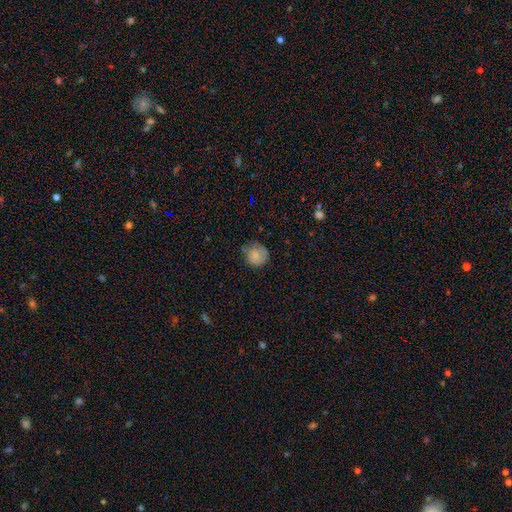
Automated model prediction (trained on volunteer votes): smooth-or-featured: smooth: 70% | featured or disk: 21% | star or artifact: 9%
  how-rounded: round: 83% | in between: 16% | cigar-shaped: 1%
  merging: none: 60% | minor disturbance: 28% | major disturbance: 10% | merger: 2%